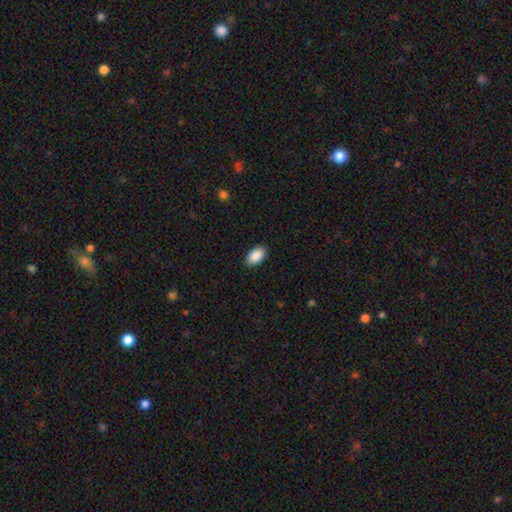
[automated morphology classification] Smooth or featured? Predicted: smooth (p=0.91). How rounded? Predicted: in between (p=0.95). Merging? Predicted: none (p=0.89).